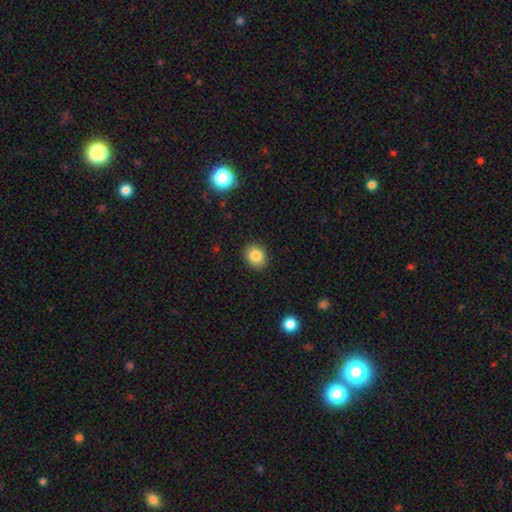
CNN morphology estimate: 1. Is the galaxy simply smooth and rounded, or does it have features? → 84% smooth, 10% star or artifact, 6% featured or disk.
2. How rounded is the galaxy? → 67% round, 32% in between, 1% cigar-shaped.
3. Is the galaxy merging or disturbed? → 90% none, 7% minor disturbance, 2% major disturbance, 1% merger.